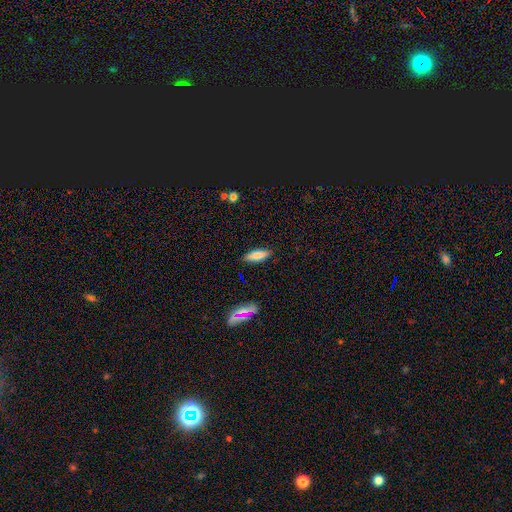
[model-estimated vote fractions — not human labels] Smooth or featured: smooth — 79% (featured or disk — 13%)
How rounded: in between — 53% (cigar-shaped — 45%)
Merging: none — 86% (minor disturbance — 10%)